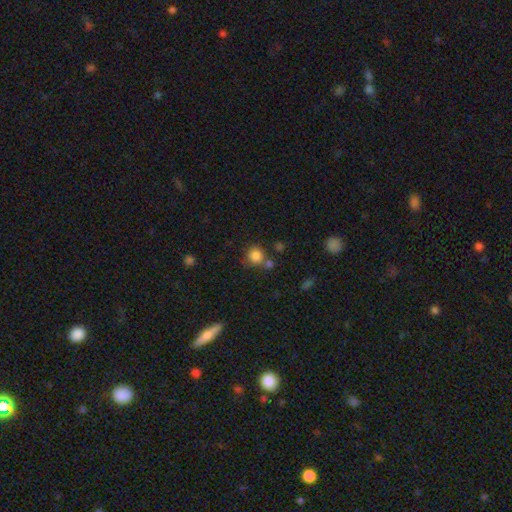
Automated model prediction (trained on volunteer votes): A smooth galaxy with no disk features (84%) that is round (90%).

Vote fractions:
- Smooth or featured? smooth: 84% / star or artifact: 11% / featured or disk: 5%
- How rounded? round: 90% / in between: 9% / cigar-shaped: 1%
- Merging? none: 66% / merger: 17% / minor disturbance: 12% / major disturbance: 5%